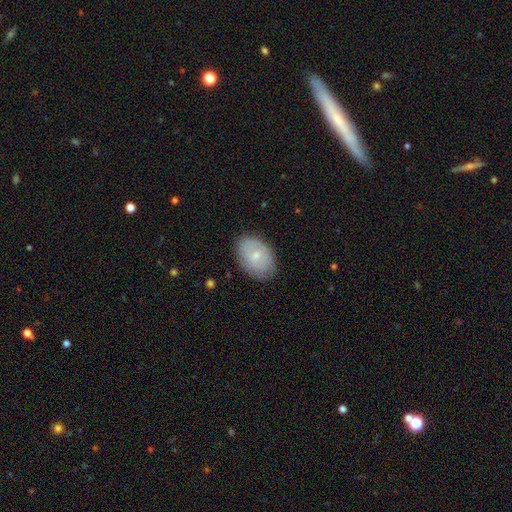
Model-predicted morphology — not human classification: smooth 56%, featured or disk 37%, star or artifact 7%. Down the decision tree: how rounded — in between (81%); merging — none (81%).